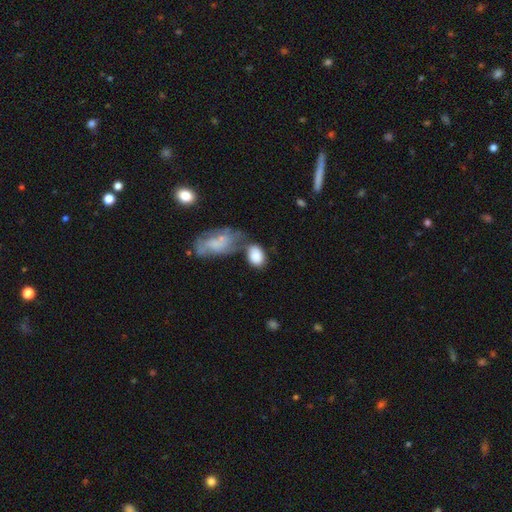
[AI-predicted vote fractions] Overall: smooth (82%). How rounded: in between (81%). Merging: none (35%; merger 34%).